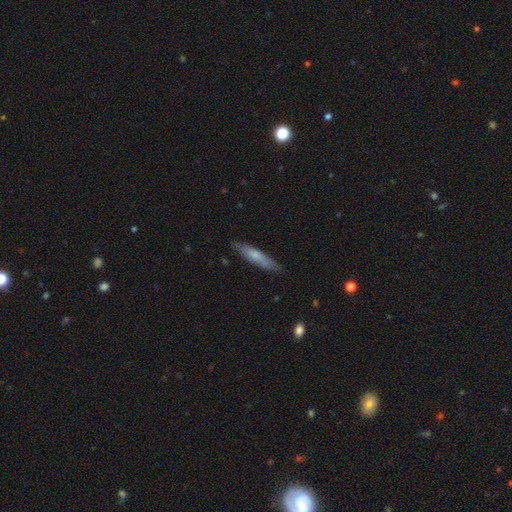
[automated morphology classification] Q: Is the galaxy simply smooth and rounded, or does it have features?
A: smooth — 62%.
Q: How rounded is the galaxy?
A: cigar-shaped — 88%.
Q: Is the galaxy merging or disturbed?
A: none — 83%.